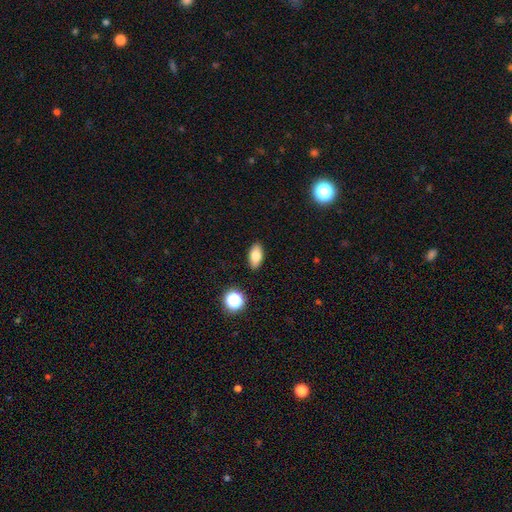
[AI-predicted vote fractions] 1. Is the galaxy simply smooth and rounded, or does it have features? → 78% smooth, 12% featured or disk, 10% star or artifact.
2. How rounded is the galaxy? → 88% in between, 6% cigar-shaped, 6% round.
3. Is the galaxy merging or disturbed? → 89% none, 8% minor disturbance, 2% major disturbance, 2% merger.